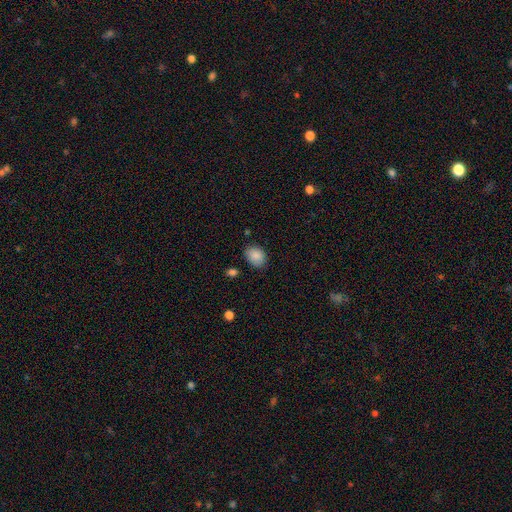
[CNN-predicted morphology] Smooth or featured? Predicted: smooth (p=0.88). How rounded? Predicted: in between (p=0.64). Merging? Predicted: none (p=0.78).